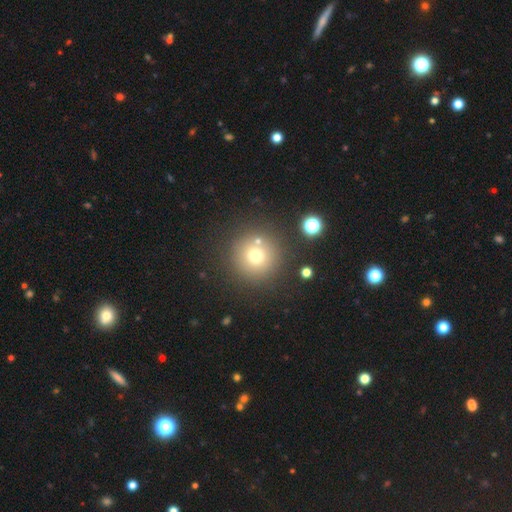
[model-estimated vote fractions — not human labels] This appears to be a smooth galaxy with no disk features (71%) that is round (96%). Merging: none (81%).